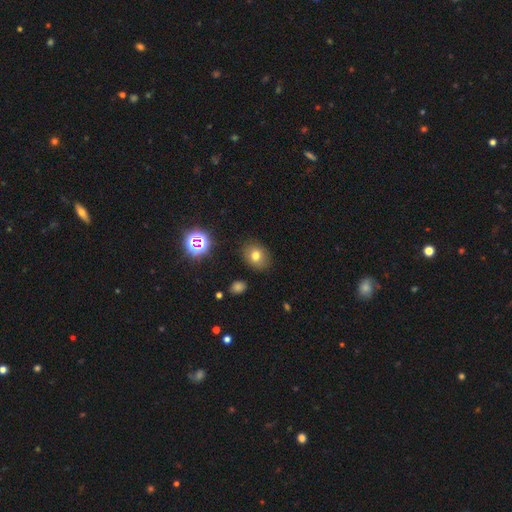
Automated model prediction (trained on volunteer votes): A smooth galaxy with no disk features (71%) that is in between round and cigar-shaped (50%).

Vote fractions:
- Smooth or featured? smooth: 71% / star or artifact: 17% / featured or disk: 12%
- How rounded? in between: 50% / round: 49% / cigar-shaped: 1%
- Merging? none: 84% / minor disturbance: 11% / major disturbance: 3% / merger: 2%